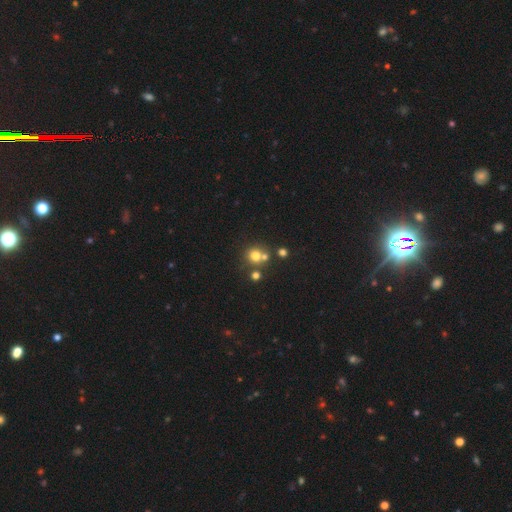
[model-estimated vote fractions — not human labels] Morphology: type=smooth (72%); roundness=round (89%); merging=none (60%).